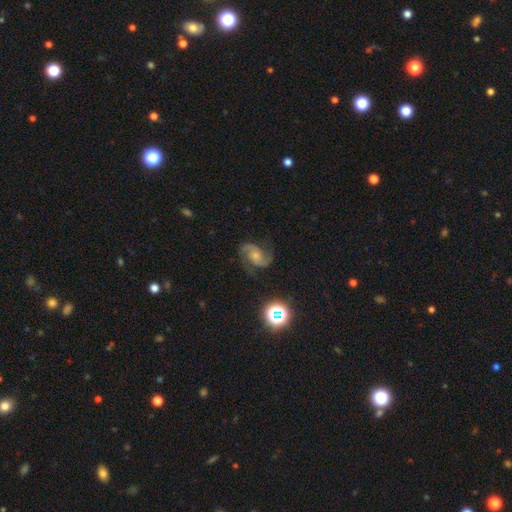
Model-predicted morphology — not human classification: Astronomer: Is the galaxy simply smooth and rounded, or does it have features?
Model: featured or disk — 83%.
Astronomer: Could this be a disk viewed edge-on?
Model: no — 98%.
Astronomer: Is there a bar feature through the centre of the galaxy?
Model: no — 63%.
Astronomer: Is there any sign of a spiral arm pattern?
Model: yes — 97%.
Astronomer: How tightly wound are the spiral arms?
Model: medium — 53% (runner-up: loose, 31%).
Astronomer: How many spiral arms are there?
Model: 2 — 91%.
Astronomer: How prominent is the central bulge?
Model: small — 45% (runner-up: moderate, 38%).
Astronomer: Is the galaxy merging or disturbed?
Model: none — 73%.